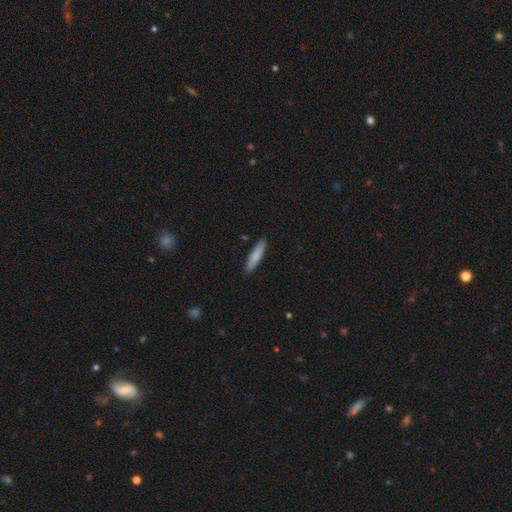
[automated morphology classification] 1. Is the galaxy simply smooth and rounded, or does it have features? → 81% smooth, 13% featured or disk, 6% star or artifact.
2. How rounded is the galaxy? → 83% cigar-shaped, 15% in between, 1% round.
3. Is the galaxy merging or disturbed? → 89% none, 9% minor disturbance, 2% major disturbance, 1% merger.